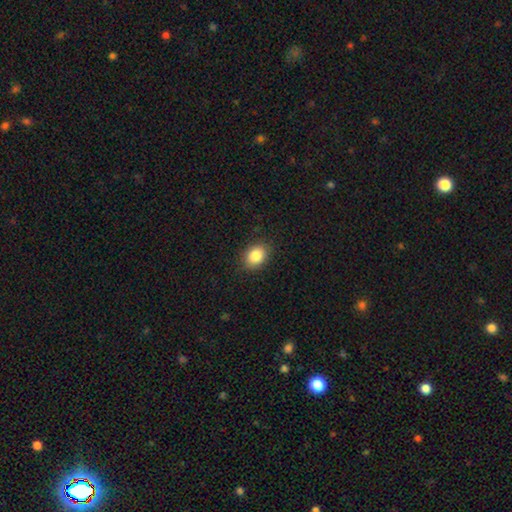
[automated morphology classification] This is clearly a smooth galaxy (85%). How rounded: likely in between (66%). Merging: clearly none (88%).